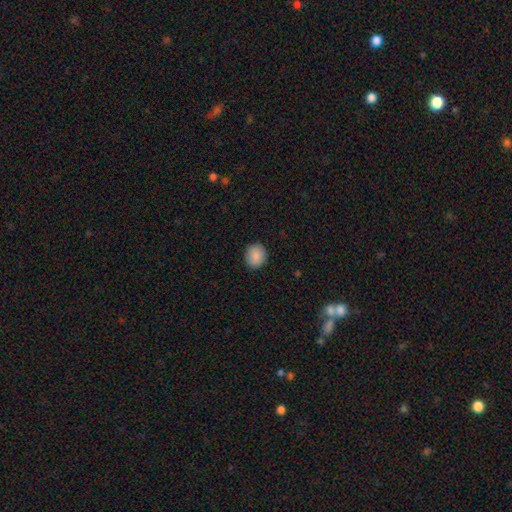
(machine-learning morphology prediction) Overall: smooth (88%). How rounded: round (79%). Merging: none (90%).